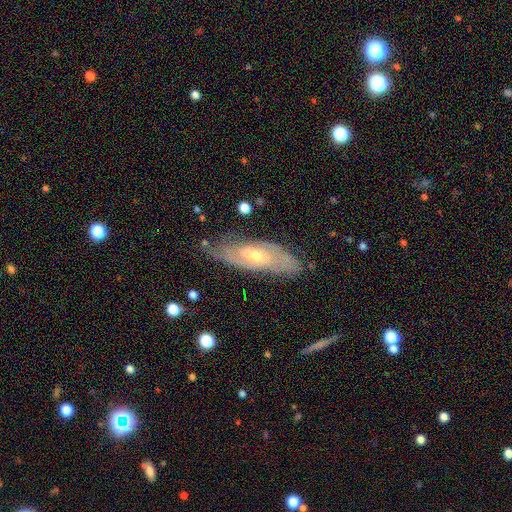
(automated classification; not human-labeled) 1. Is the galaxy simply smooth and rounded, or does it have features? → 80% featured or disk, 14% smooth, 6% star or artifact.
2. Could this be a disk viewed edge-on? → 85% no, 15% yes.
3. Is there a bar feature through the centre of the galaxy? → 48% no, 41% weak, 11% strong.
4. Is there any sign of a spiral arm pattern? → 90% yes, 10% no.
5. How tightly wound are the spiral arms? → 59% tight, 32% medium, 9% loose.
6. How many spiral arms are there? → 46% 2, 37% can't tell, 8% 3, 4% 1, 3% 4, 3% more than 4.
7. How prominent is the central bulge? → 52% small, 44% moderate, 2% large, 1% none, 1% dominant.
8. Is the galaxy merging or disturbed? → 74% none, 19% minor disturbance, 5% major disturbance, 2% merger.